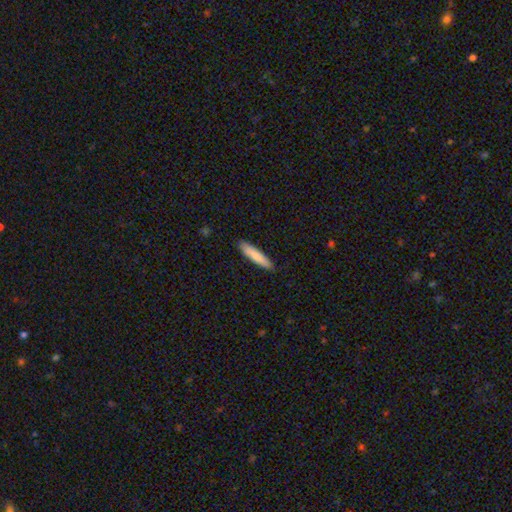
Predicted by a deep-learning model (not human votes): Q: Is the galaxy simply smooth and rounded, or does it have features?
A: smooth — 82%.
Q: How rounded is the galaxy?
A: cigar-shaped — 86%.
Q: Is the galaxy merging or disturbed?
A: none — 89%.